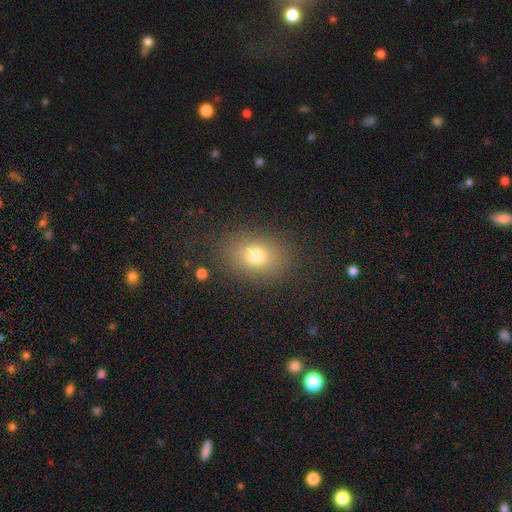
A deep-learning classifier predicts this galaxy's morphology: This is likely a smooth galaxy (76%). How rounded: likely in between (69%). Merging: clearly none (85%).